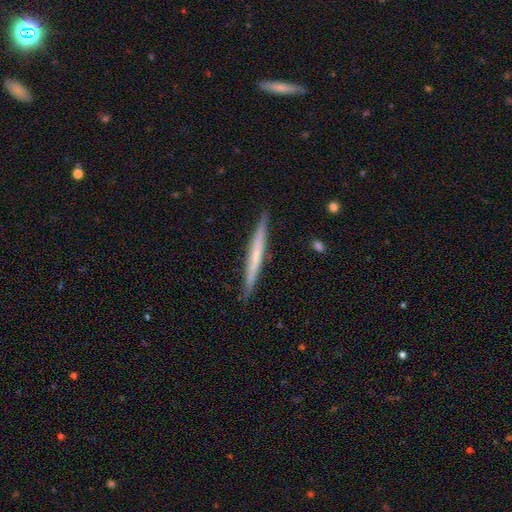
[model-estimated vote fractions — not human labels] Smooth or featured? featured or disk (48%)
Merging? none (89%)